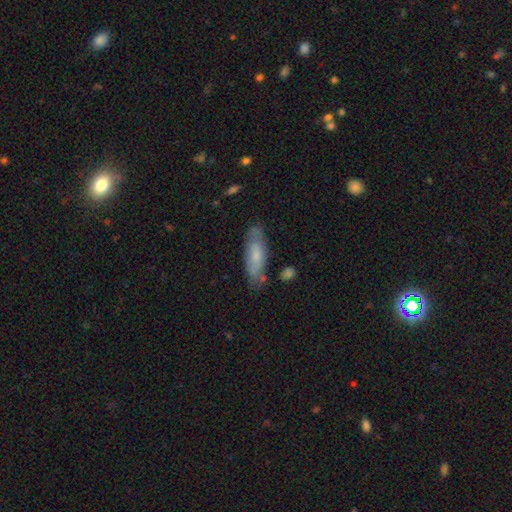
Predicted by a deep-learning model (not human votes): Overall: smooth (59%; featured or disk 35%). How rounded: in between (59%; cigar-shaped 39%). Merging: none (70%).